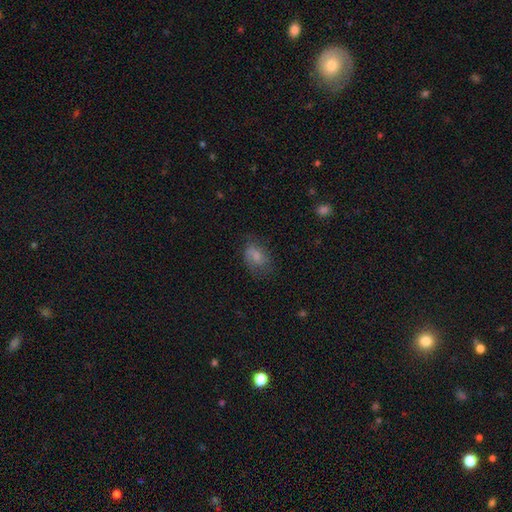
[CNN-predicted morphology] smooth 63%, featured or disk 27%, star or artifact 10%. Down the decision tree: how rounded — in between (81%); merging — none (63%).